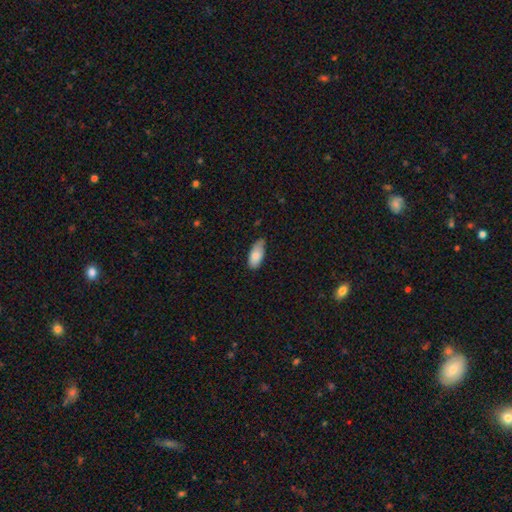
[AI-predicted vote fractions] This appears to be a smooth galaxy with no disk features (84%) that is in between round and cigar-shaped (90%). Merging: none (55%).